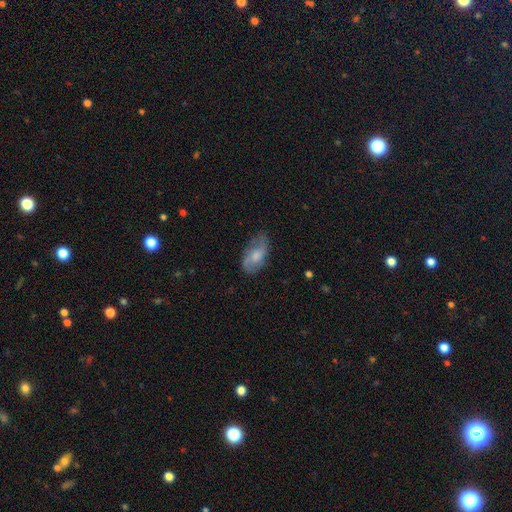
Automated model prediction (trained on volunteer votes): smooth-or-featured: featured or disk: 47% | smooth: 45% | star or artifact: 7%
  merging: none: 63% | minor disturbance: 26% | major disturbance: 10% | merger: 2%